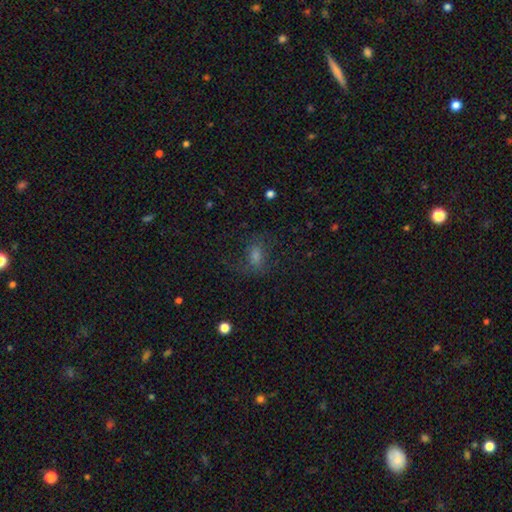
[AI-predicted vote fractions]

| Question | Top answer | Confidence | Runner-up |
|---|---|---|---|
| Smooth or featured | smooth | 51% | featured or disk (26%) |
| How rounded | in between | 73% | round (22%) |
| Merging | none | 61% | minor disturbance (19%) |